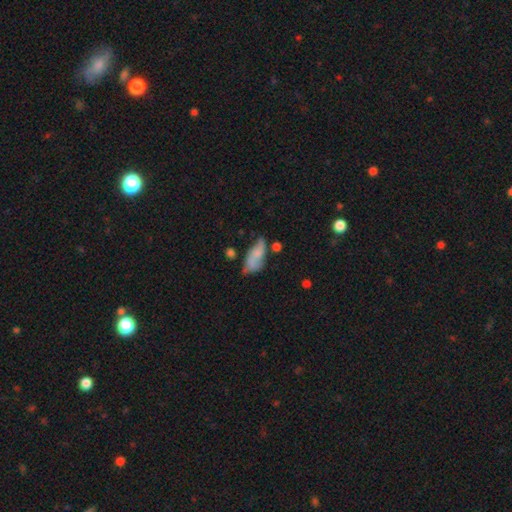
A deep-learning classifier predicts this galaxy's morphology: Smooth or featured? smooth (59%)
How rounded? in between (82%)
Merging? none (36%)